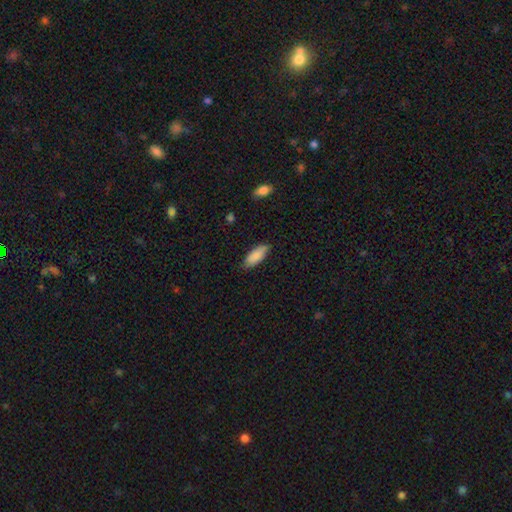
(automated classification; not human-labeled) Morphology: type=smooth (88%); roundness=in between (79%); merging=none (81%).